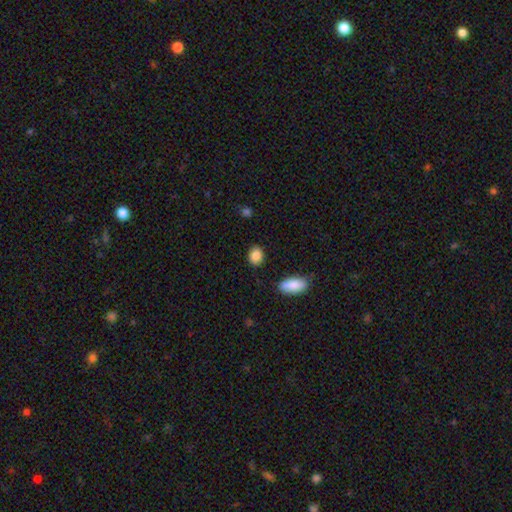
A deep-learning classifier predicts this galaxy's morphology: This is clearly a smooth galaxy (86%). How rounded: possibly in between (51%). Merging: clearly none (86%).